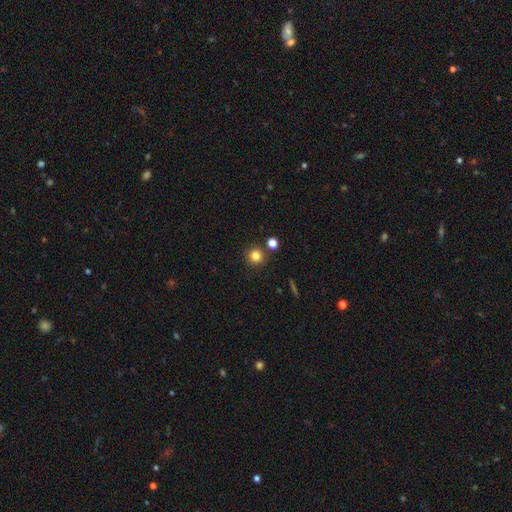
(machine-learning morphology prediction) Overall: smooth (82%). How rounded: round (94%). Merging: none (84%).